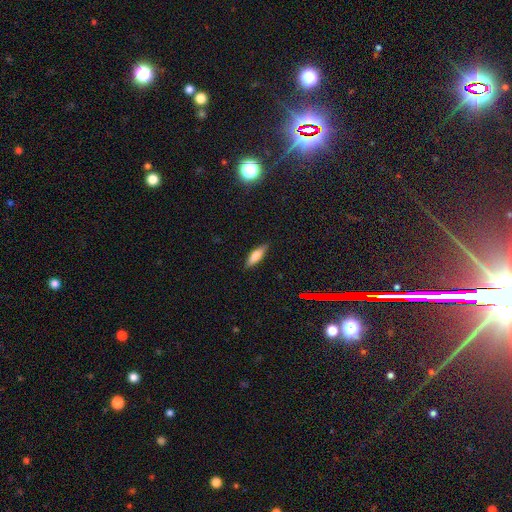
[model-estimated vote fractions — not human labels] The model was most divided on "how rounded": cigar-shaped: 55%, in between: 42%, round: 2%. More confident: merging — none (87%); smooth or featured — smooth (65%).